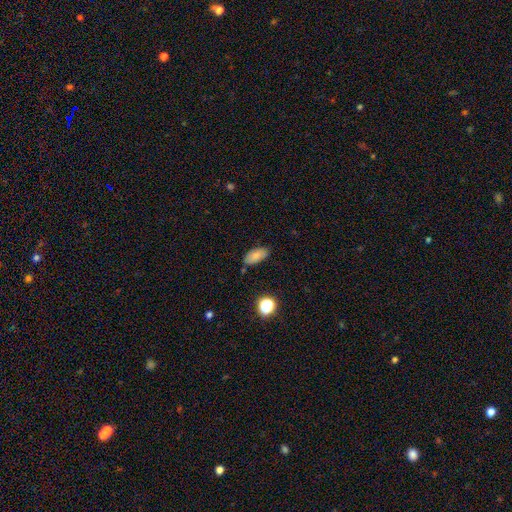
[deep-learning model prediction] Smooth or featured?
  - smooth: 81% *
  - star or artifact: 10%
  - featured or disk: 9%
How rounded?
  - in between: 89% *
  - cigar-shaped: 7%
  - round: 4%
Merging?
  - none: 78% *
  - minor disturbance: 16%
  - major disturbance: 3%
  - merger: 3%